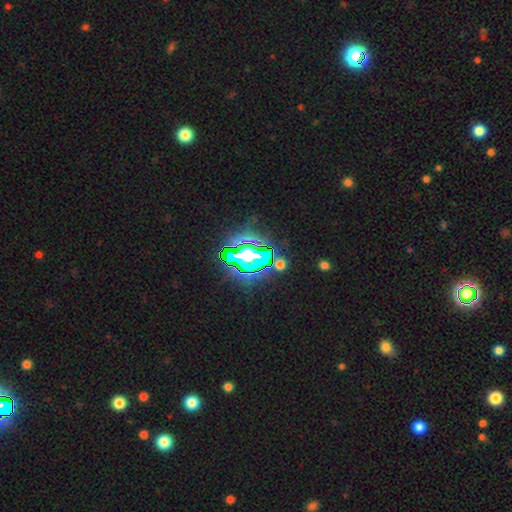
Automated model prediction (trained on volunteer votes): Smooth or featured? star or artifact (64%)